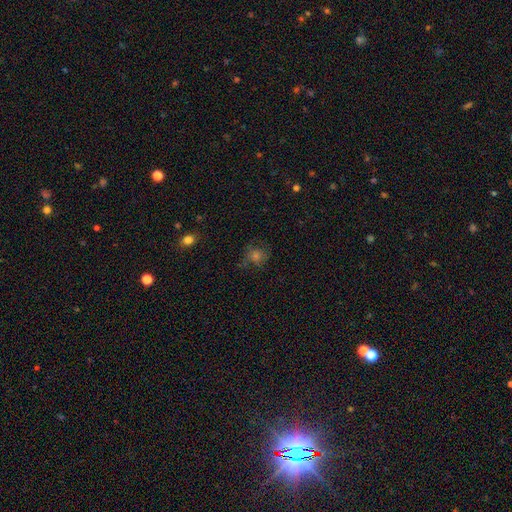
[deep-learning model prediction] Q: Smooth or featured?
A: smooth (48%); runner-up: star or artifact (32%)
Q: Merging?
A: none (70%); runner-up: minor disturbance (18%)